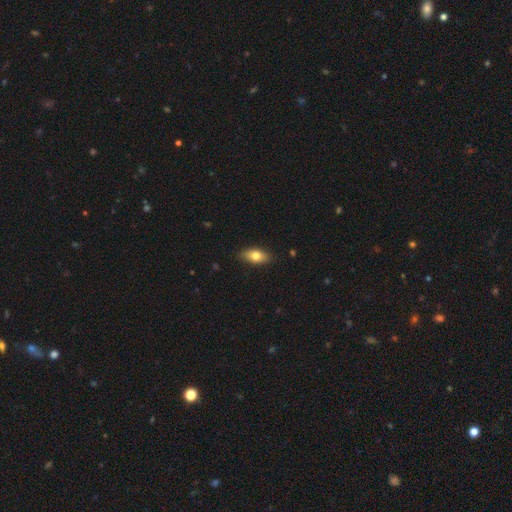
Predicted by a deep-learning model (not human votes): The model was most divided on "smooth or featured": smooth: 77%, featured or disk: 16%, star or artifact: 7%. More confident: how rounded — in between (88%); merging — none (86%).